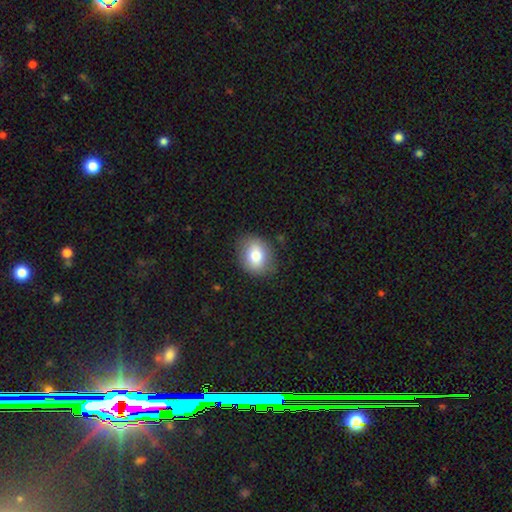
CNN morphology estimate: This is likely a smooth galaxy (76%). How rounded: possibly round (55%). Merging: clearly none (83%).